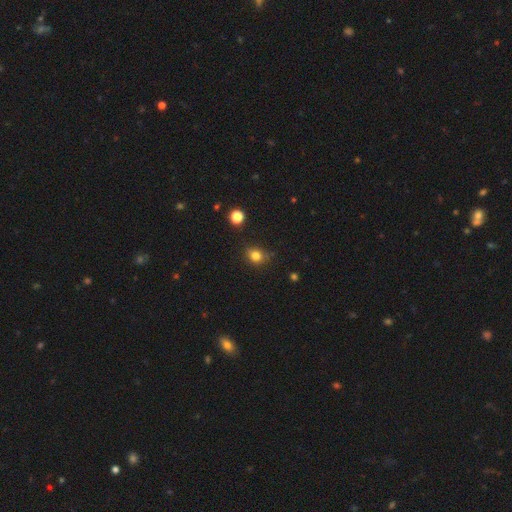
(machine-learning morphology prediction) Smooth or featured? smooth (79%)
How rounded? round (66%)
Merging? none (71%)